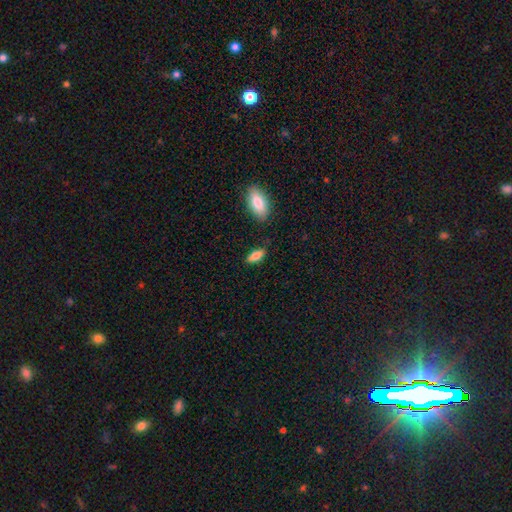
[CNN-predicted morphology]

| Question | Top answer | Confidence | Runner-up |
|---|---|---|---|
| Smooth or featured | smooth | 80% | featured or disk (13%) |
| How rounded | in between | 71% | cigar-shaped (27%) |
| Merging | none | 80% | minor disturbance (14%) |